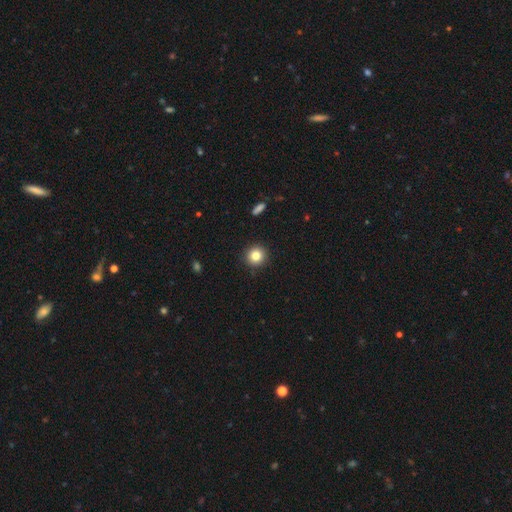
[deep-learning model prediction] smooth_or_featured: smooth (p=0.83) [alt: star or artifact p=0.11]
how_rounded: round (p=0.93) [alt: in between p=0.06]
merging: none (p=0.92) [alt: minor disturbance p=0.05]